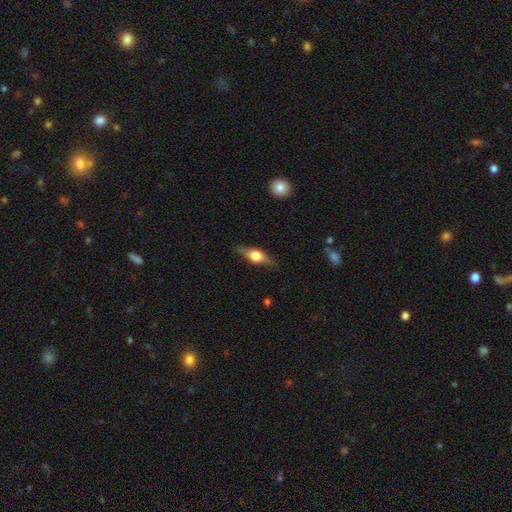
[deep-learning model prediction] Q: Smooth or featured?
A: featured or disk (48%); runner-up: smooth (45%)
Q: Merging?
A: none (81%); runner-up: minor disturbance (14%)